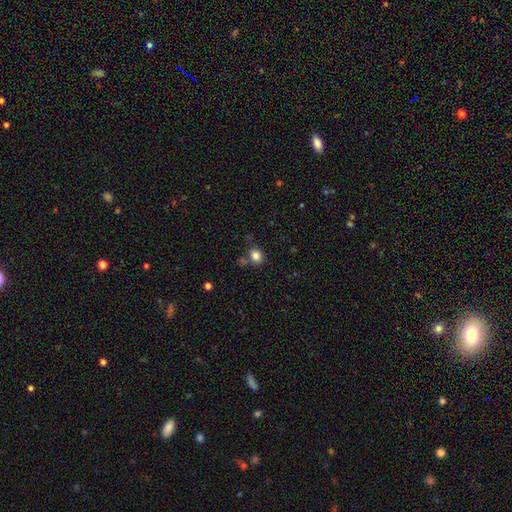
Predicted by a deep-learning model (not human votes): The model was most divided on "how rounded": round: 62%, in between: 37%, cigar-shaped: 1%. More confident: smooth or featured — smooth (83%); merging — none (71%).